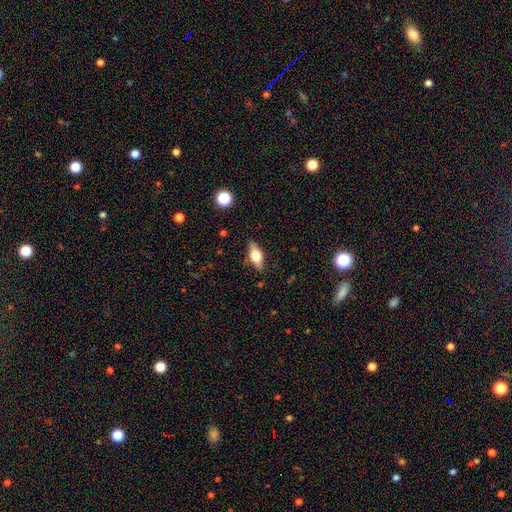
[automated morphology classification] smooth 48%, featured or disk 44%, star or artifact 8%. Down the decision tree: merging — none (82%).